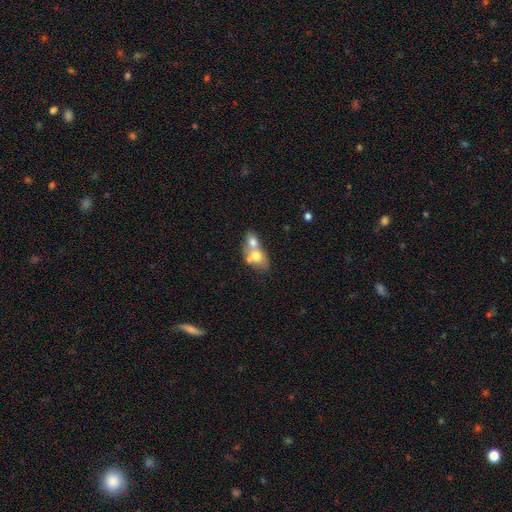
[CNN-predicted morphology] smooth-or-featured: smooth: 63% | featured or disk: 28% | star or artifact: 9%
  how-rounded: in between: 66% | round: 32% | cigar-shaped: 2%
  merging: merger: 73% | none: 16% | minor disturbance: 6% | major disturbance: 4%